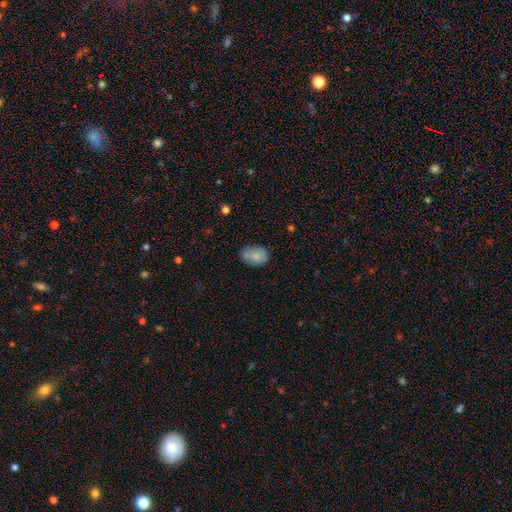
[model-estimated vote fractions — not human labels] Q: Smooth or featured?
A: smooth (79%); runner-up: featured or disk (14%)
Q: How rounded?
A: in between (80%); runner-up: round (19%)
Q: Merging?
A: none (64%); runner-up: minor disturbance (26%)